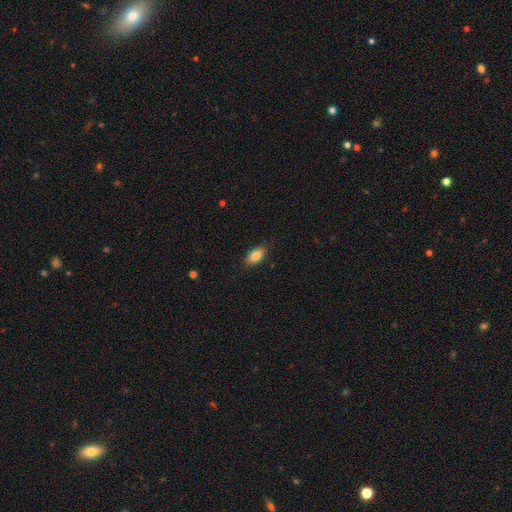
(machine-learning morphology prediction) A smooth galaxy with no disk features (82%) that is in between round and cigar-shaped (89%). Merging: none (85%).